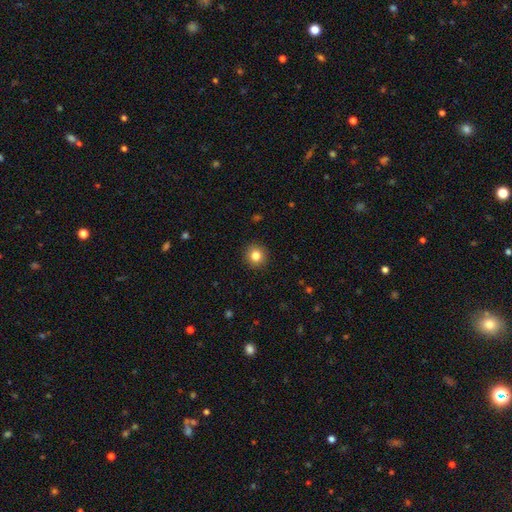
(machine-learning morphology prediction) type=smooth (82%); roundness=round (92%); merging=none (91%).